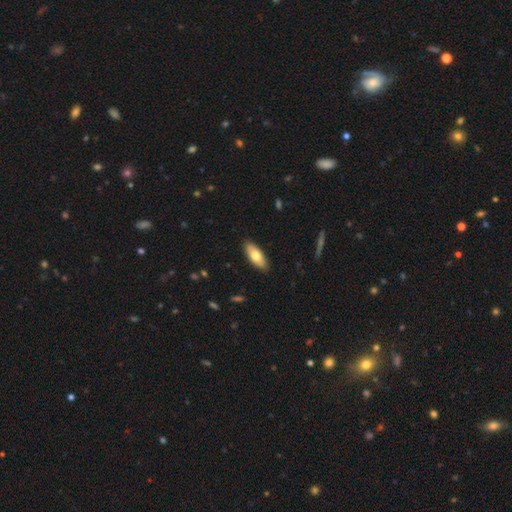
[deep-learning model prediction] Smooth or featured?
  - smooth: 70% *
  - featured or disk: 25%
  - star or artifact: 6%
How rounded?
  - in between: 77% *
  - cigar-shaped: 21%
  - round: 2%
Merging?
  - none: 89% *
  - minor disturbance: 8%
  - major disturbance: 2%
  - merger: 1%